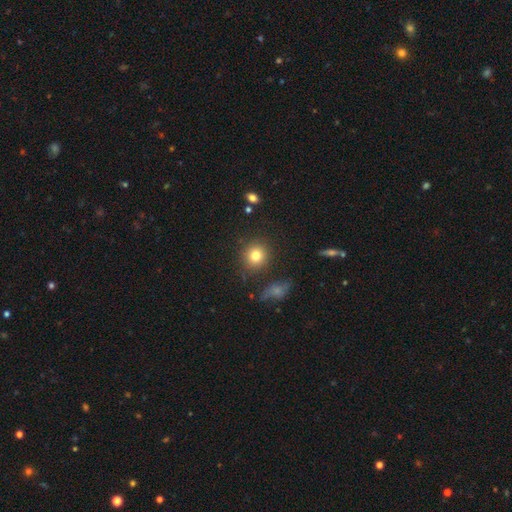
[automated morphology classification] The model was most divided on "smooth or featured": smooth: 80%, star or artifact: 11%, featured or disk: 9%. More confident: how rounded — round (86%); merging — none (84%).